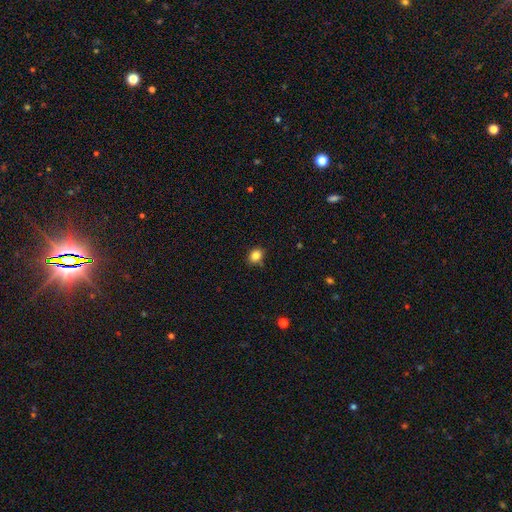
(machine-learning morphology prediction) type=smooth (84%); roundness=round (56%); merging=none (79%).